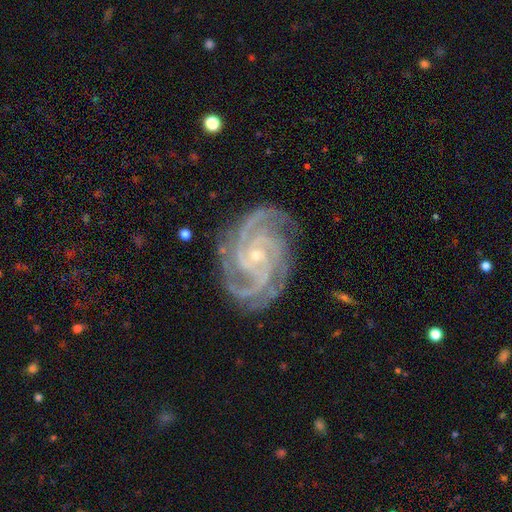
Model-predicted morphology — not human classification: This is clearly a featured or disk galaxy (94%). It is clearly not viewed edge-on (98%). Bar: likely no (66%). Spiral arm pattern: clearly yes (99%). Spiral arm count: marginally 3 (39%). Spiral winding: likely tight (68%). Central bulge: clearly small (81%). Merging: likely none (80%).